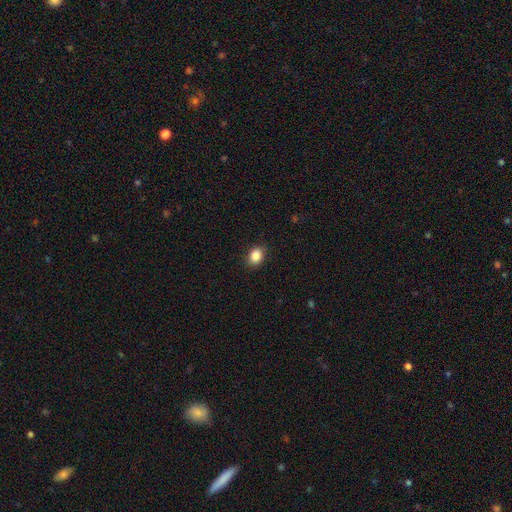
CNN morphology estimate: Q: Smooth or featured?
A: smooth (87%); runner-up: star or artifact (9%)
Q: How rounded?
A: in between (63%); runner-up: round (36%)
Q: Merging?
A: none (87%); runner-up: minor disturbance (10%)